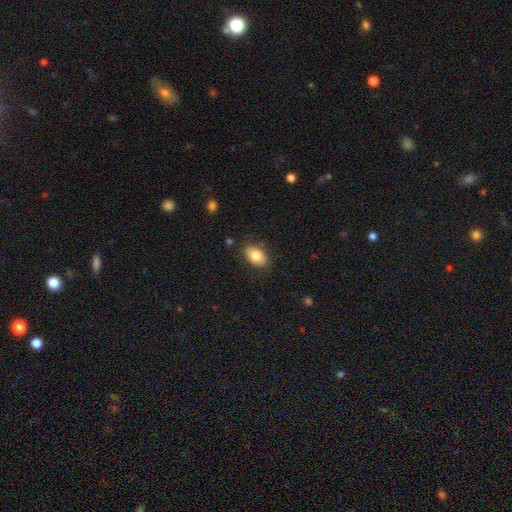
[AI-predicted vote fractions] This appears to be a smooth galaxy with no disk features (81%) that is in between round and cigar-shaped (88%). Merging: none (83%).